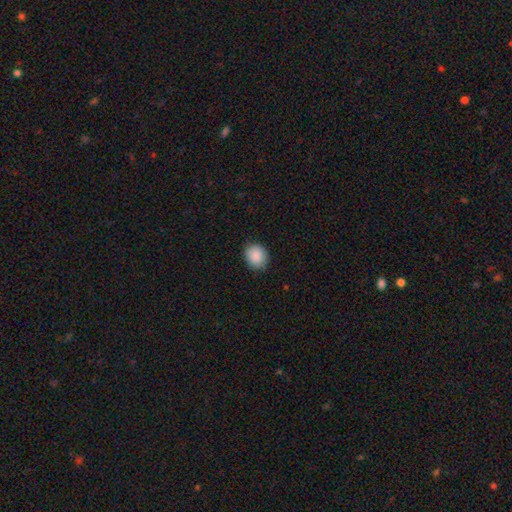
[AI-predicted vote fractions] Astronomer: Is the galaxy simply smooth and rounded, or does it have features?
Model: smooth — 90%.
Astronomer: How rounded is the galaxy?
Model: round — 70%.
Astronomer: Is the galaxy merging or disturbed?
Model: none — 87%.